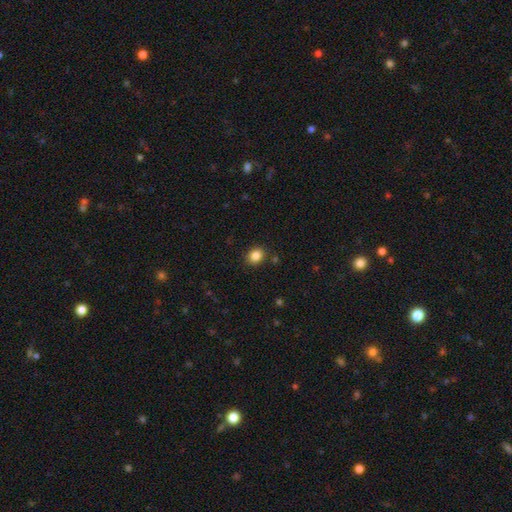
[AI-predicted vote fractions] smooth_or_featured: smooth (p=0.85) [alt: star or artifact p=0.10]
how_rounded: round (p=0.62) [alt: in between p=0.37]
merging: none (p=0.88) [alt: minor disturbance p=0.08]